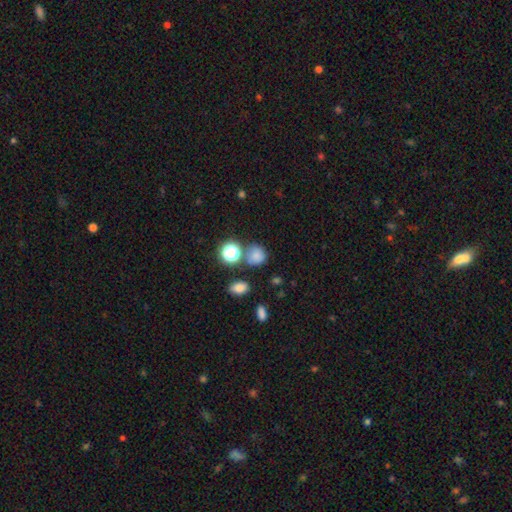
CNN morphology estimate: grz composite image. It shows a smooth galaxy with no disk features (75%) that is round (79%). Merging: none (67%).